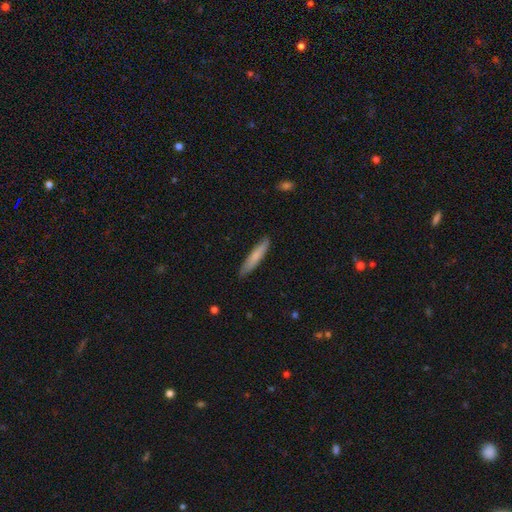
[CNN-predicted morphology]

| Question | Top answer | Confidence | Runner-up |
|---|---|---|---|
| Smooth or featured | smooth | 74% | featured or disk (20%) |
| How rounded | cigar-shaped | 90% | in between (9%) |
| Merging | none | 87% | minor disturbance (11%) |